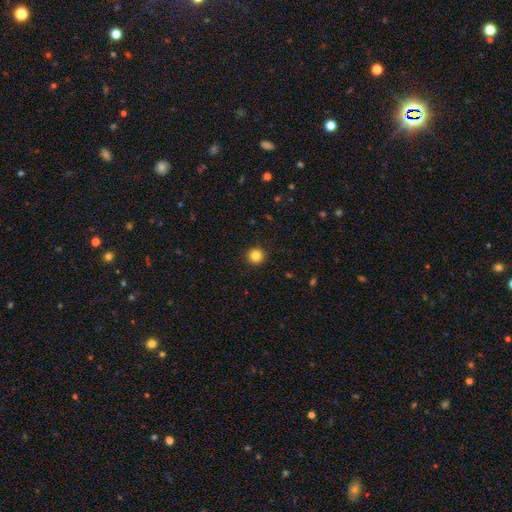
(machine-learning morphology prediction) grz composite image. It shows a smooth galaxy with no disk features (84%) that is round (95%). Merging: none (93%).